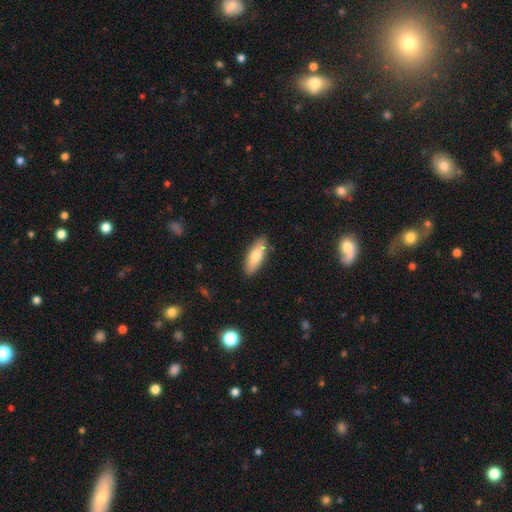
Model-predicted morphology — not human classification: A smooth galaxy with no disk features (72%) that is in between round and cigar-shaped (61%). Merging: none (86%).